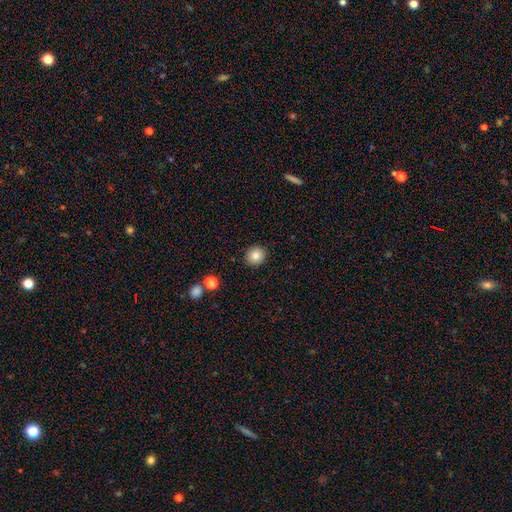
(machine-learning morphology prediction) Smooth or featured? Predicted: smooth (p=0.85). How rounded? Predicted: round (p=0.87). Merging? Predicted: none (p=0.90).